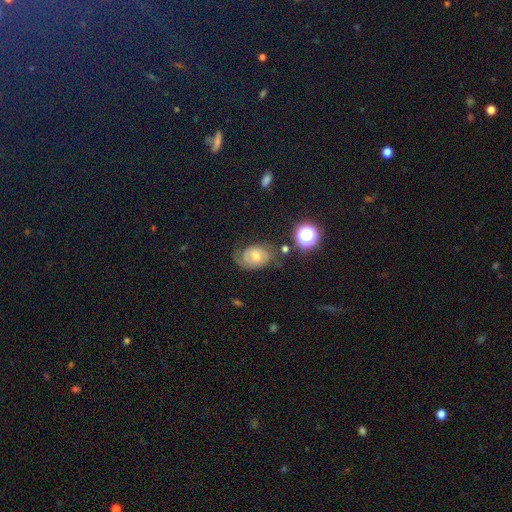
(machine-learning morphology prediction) Smooth or featured?
  - featured or disk: 57% *
  - smooth: 31%
  - star or artifact: 12%
Edge-on disk?
  - no: 96% *
  - yes: 4%
Bar?
  - no: 58% *
  - weak: 35%
  - strong: 7%
Spiral arms?
  - yes: 81% *
  - no: 19%
Bulge size?
  - moderate: 61% *
  - small: 29%
  - large: 6%
  - none: 3%
  - dominant: 1%
Merging?
  - none: 57% *
  - minor disturbance: 24%
  - major disturbance: 15%
  - merger: 4%